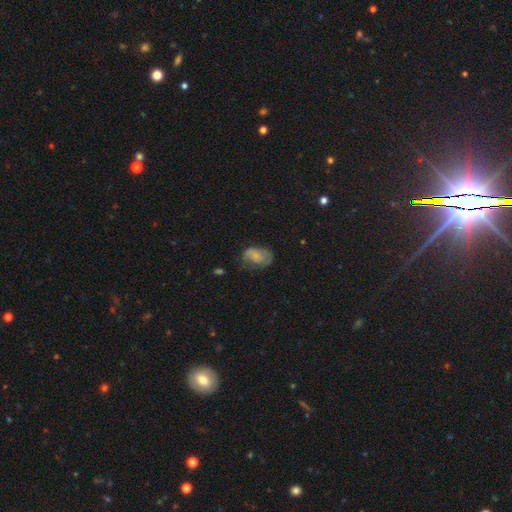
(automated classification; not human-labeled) Overall: smooth (53%; featured or disk 39%). How rounded: in between (81%). Merging: none (47%; minor disturbance 31%).